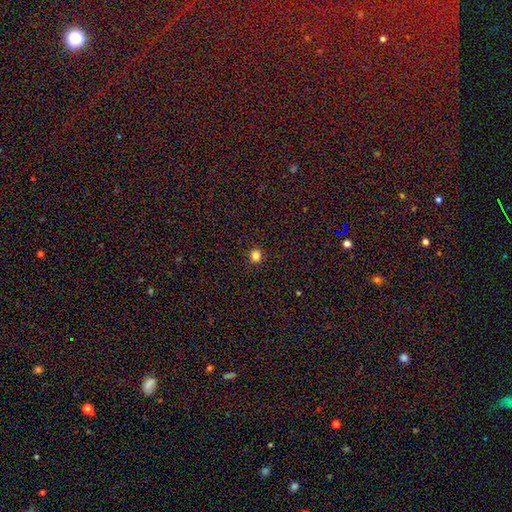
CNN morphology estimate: This is clearly a smooth galaxy (82%). How rounded: clearly round (87%). Merging: clearly none (92%).